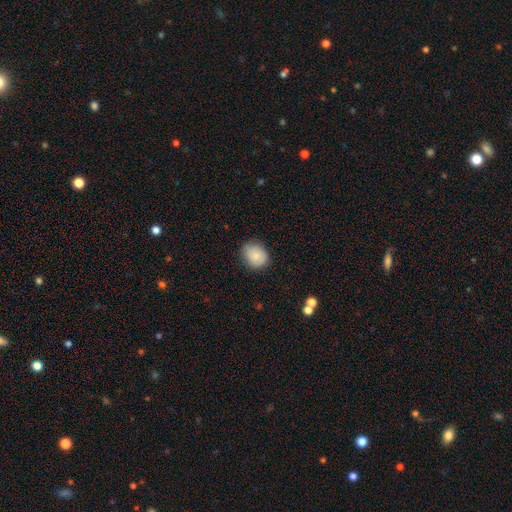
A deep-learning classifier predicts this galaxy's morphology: A smooth galaxy with no disk features (79%) that is round (61%).

Vote fractions:
- Smooth or featured? smooth: 79% / featured or disk: 14% / star or artifact: 8%
- How rounded? round: 61% / in between: 38% / cigar-shaped: 1%
- Merging? none: 76% / minor disturbance: 19% / major disturbance: 4% / merger: 1%